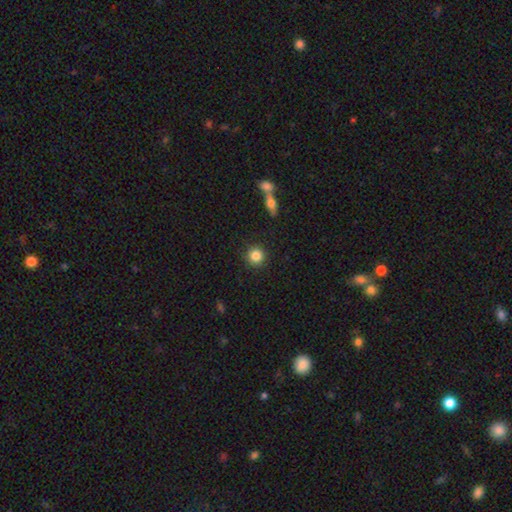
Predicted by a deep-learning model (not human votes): Morphology: type=smooth (85%); roundness=round (93%); merging=none (89%).